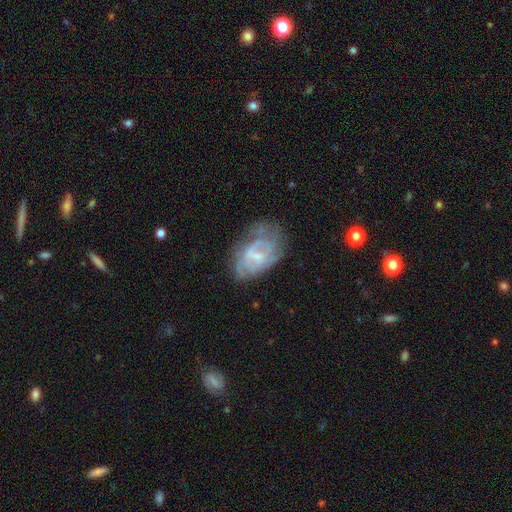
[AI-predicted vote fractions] A featured or disk galaxy (66%) with no bar (47%), spiral arms (58%) and a small central bulge (51%). Merging: none (46%).